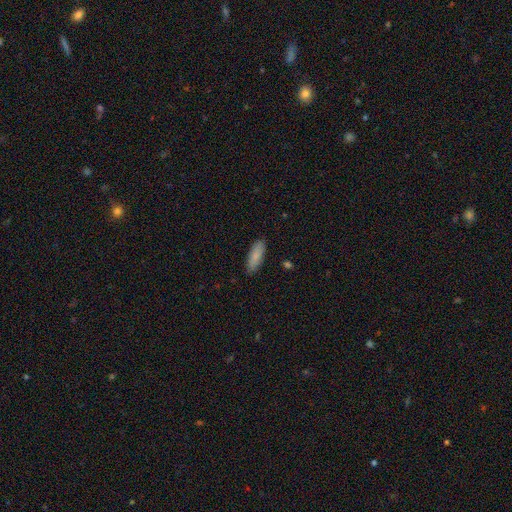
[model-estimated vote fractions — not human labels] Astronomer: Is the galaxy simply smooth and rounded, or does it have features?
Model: smooth — 86%.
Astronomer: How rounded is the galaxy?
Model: in between — 59% (runner-up: cigar-shaped, 39%).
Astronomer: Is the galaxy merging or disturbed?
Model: none — 87%.